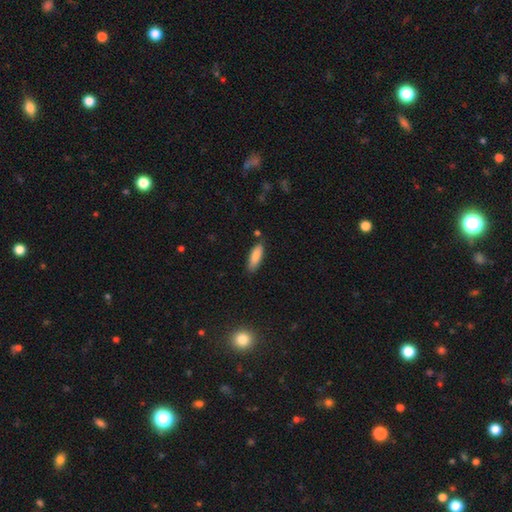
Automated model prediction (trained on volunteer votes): smooth_or_featured: smooth (p=0.86) [alt: featured or disk p=0.07]
how_rounded: in between (p=0.54) [alt: cigar-shaped p=0.44]
merging: none (p=0.81) [alt: minor disturbance p=0.13]